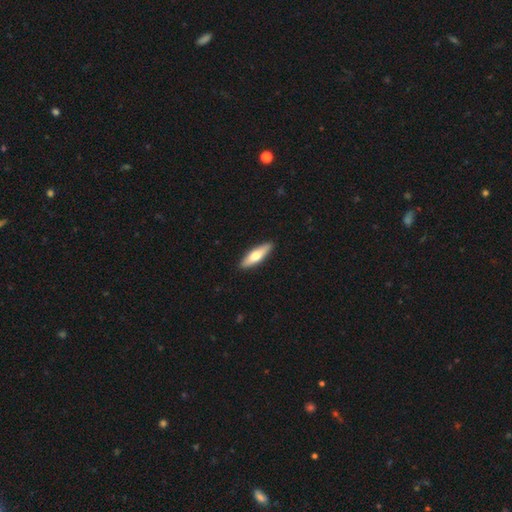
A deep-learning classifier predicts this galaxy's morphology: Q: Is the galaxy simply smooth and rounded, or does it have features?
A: smooth — 58%.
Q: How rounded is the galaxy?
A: cigar-shaped — 65%.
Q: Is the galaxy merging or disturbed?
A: none — 91%.